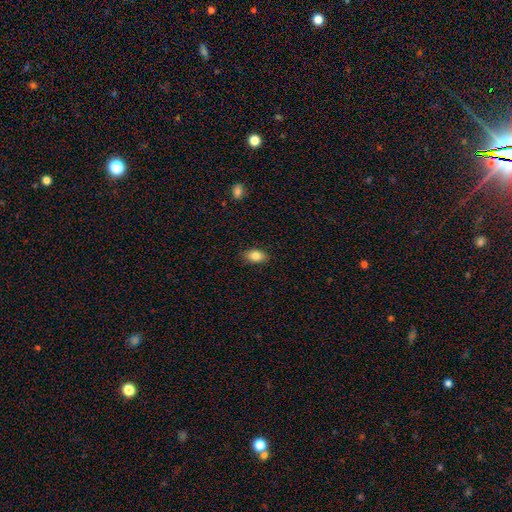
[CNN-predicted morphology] Overall: smooth (84%). How rounded: in between (89%). Merging: none (87%).